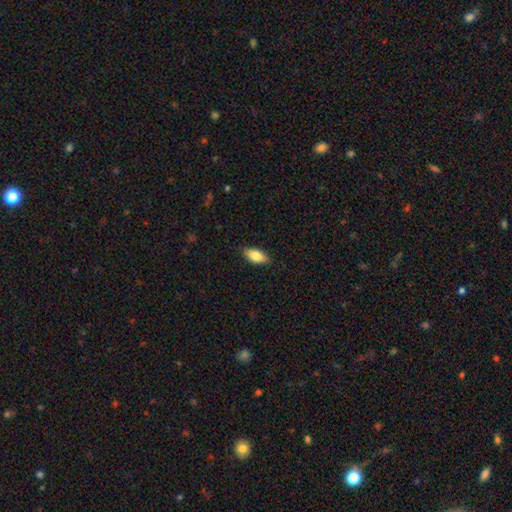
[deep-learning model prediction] This appears to be a smooth galaxy with no disk features (83%) that is in between round and cigar-shaped (89%). Merging: none (87%).